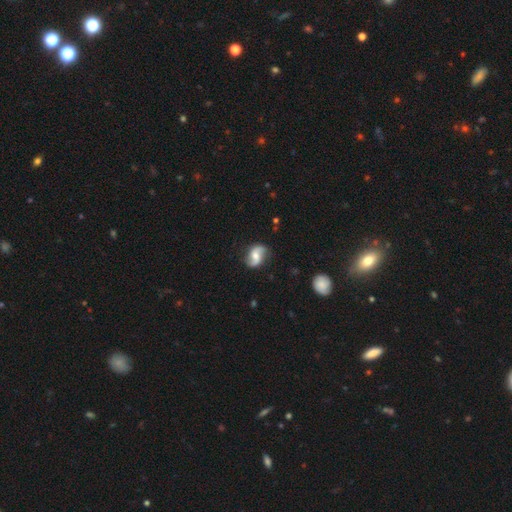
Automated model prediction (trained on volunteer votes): featured or disk 80%, smooth 14%, star or artifact 6%. Down the decision tree: edge-on disk — no (98%); bar — no (49%); spiral arms — yes (96%); spiral arm count — 2 (93%); spiral winding — loose (66%); bulge size — moderate (58%); merging — none (79%).